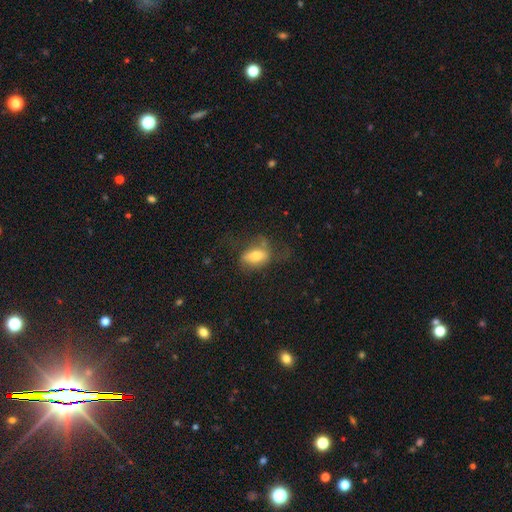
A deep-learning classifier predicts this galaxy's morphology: type=smooth (60%); roundness=in between (83%); merging=none (45%).